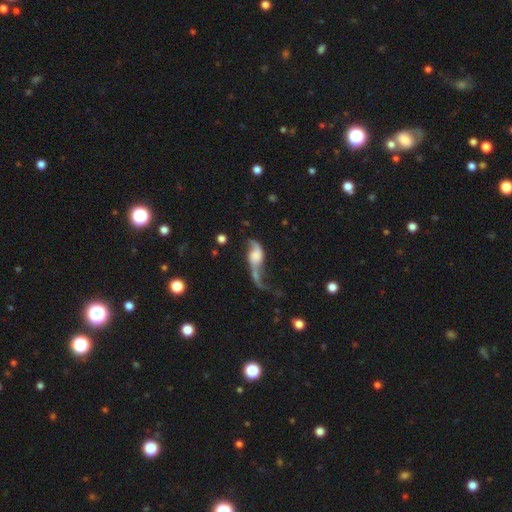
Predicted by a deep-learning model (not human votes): A featured or disk galaxy (78%) with no bar (60%), 2 (85%) loose (90%) spiral arms (92%) and no central bulge (29%). Merging: none (35%).